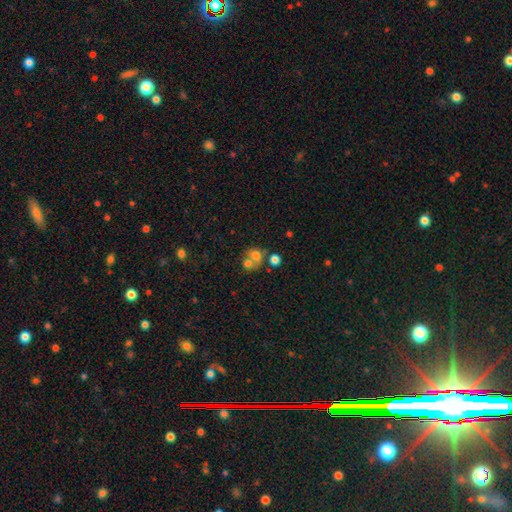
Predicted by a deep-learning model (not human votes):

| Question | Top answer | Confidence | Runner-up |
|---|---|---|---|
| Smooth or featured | smooth | 68% | featured or disk (19%) |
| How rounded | round | 67% | in between (32%) |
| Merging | merger | 54% | none (33%) |